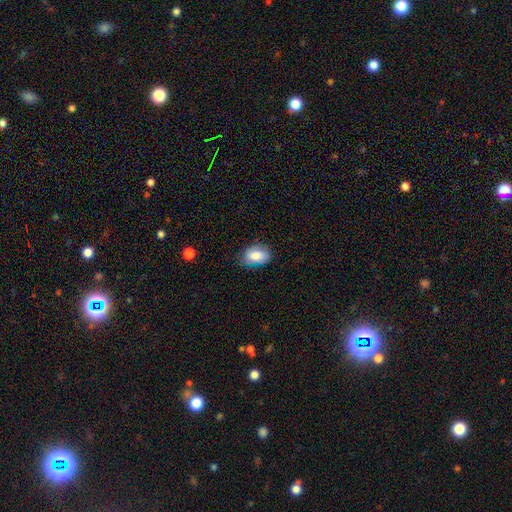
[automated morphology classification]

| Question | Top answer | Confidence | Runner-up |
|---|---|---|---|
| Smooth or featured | smooth | 80% | featured or disk (13%) |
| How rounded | in between | 84% | round (15%) |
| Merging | none | 71% | minor disturbance (23%) |